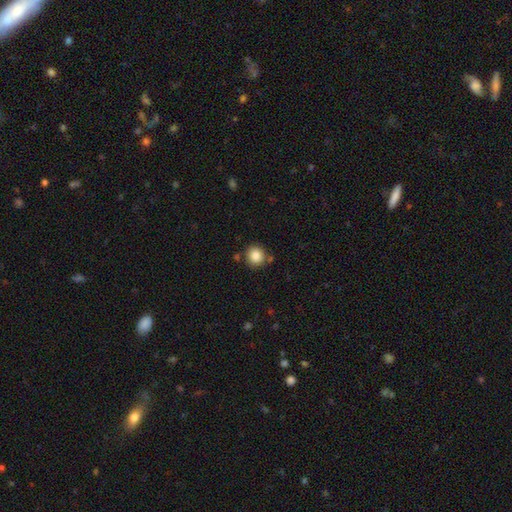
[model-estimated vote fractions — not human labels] This is clearly a smooth galaxy (86%). How rounded: clearly round (89%). Merging: clearly none (81%).